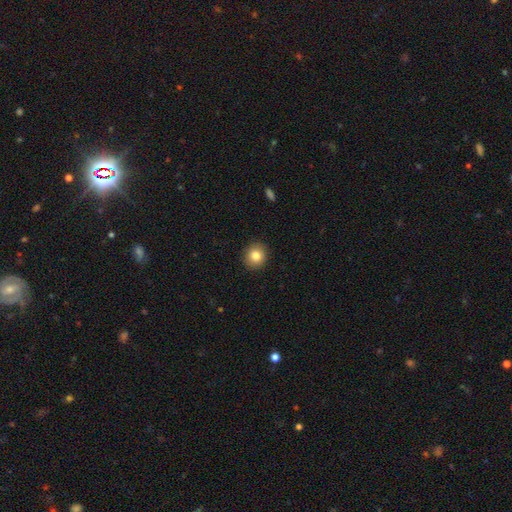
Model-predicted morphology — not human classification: A smooth galaxy with no disk features (83%) that is round (84%).

Vote fractions:
- Smooth or featured? smooth: 83% / star or artifact: 9% / featured or disk: 8%
- How rounded? round: 84% / in between: 15% / cigar-shaped: 1%
- Merging? none: 91% / minor disturbance: 6% / major disturbance: 2% / merger: 1%